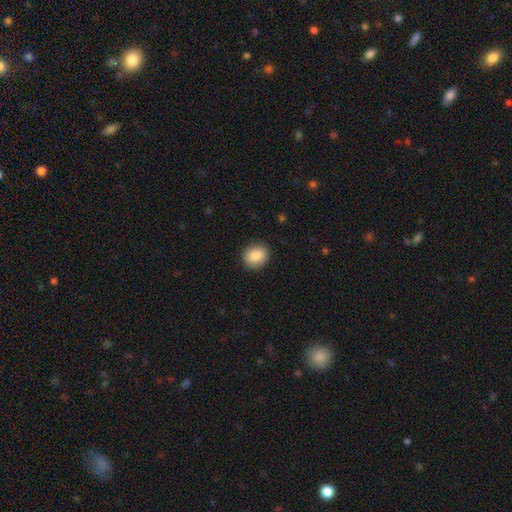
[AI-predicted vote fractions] Smooth or featured? smooth (86%)
How rounded? round (65%)
Merging? none (89%)